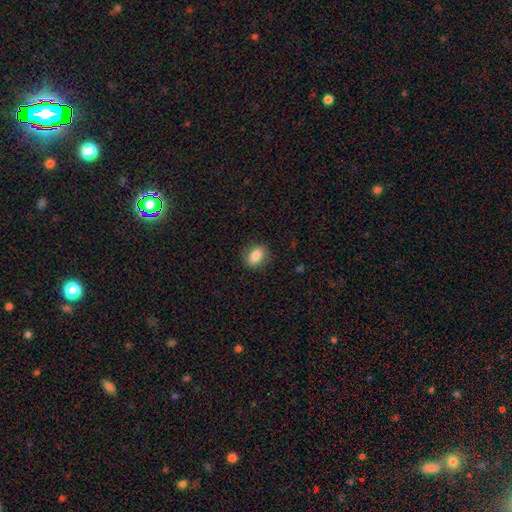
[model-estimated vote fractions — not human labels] Overall: smooth (82%). How rounded: in between (71%). Merging: none (82%).